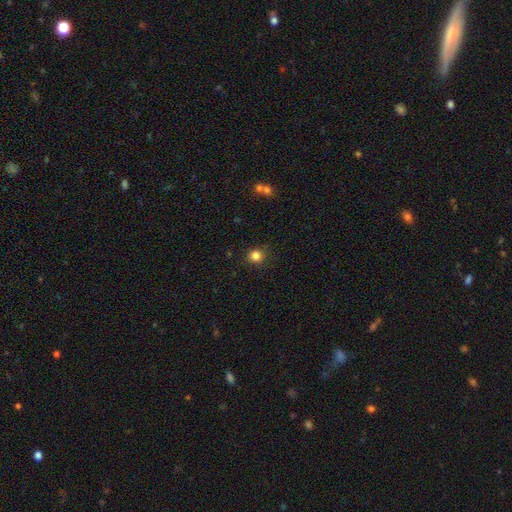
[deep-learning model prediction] This is clearly a smooth galaxy (84%). How rounded: clearly round (89%). Merging: clearly none (85%).